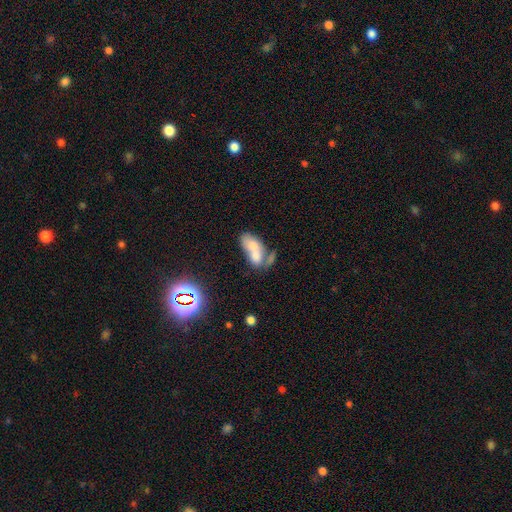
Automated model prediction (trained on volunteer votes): A smooth galaxy with no disk features (65%) that is in between round and cigar-shaped (88%).

Vote fractions:
- Smooth or featured? smooth: 65% / featured or disk: 26% / star or artifact: 10%
- How rounded? in between: 88% / round: 8% / cigar-shaped: 4%
- Merging? merger: 68% / none: 16% / minor disturbance: 8% / major disturbance: 7%